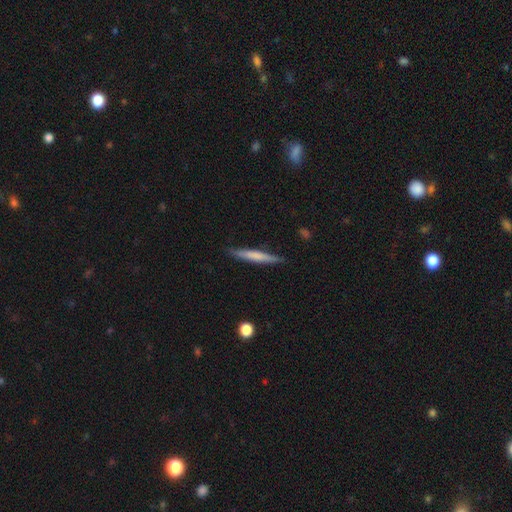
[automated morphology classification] A smooth galaxy with no disk features (59%) that is cigar-shaped (95%). Merging: none (87%).